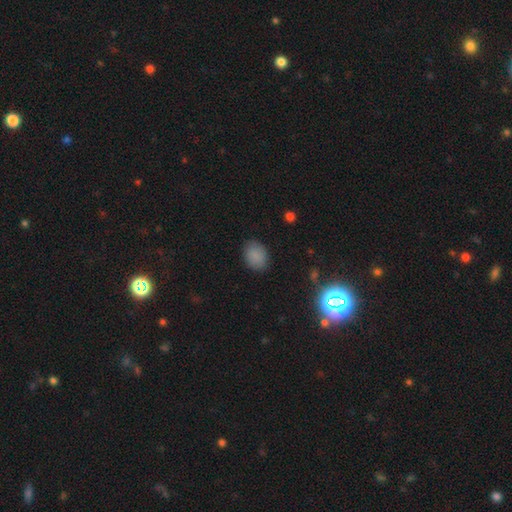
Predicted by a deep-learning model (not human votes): A smooth galaxy with no disk features (86%) that is in between round and cigar-shaped (64%). Merging: none (85%).